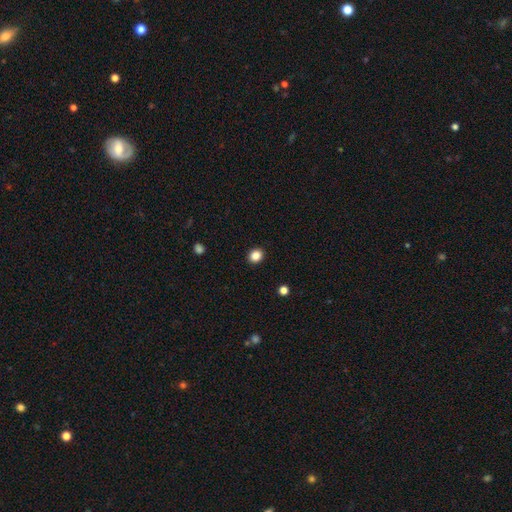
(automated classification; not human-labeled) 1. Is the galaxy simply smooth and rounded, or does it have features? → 86% smooth, 11% star or artifact, 3% featured or disk.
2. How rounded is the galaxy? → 73% round, 26% in between, 1% cigar-shaped.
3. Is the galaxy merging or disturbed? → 92% none, 6% minor disturbance, 2% major disturbance, 1% merger.